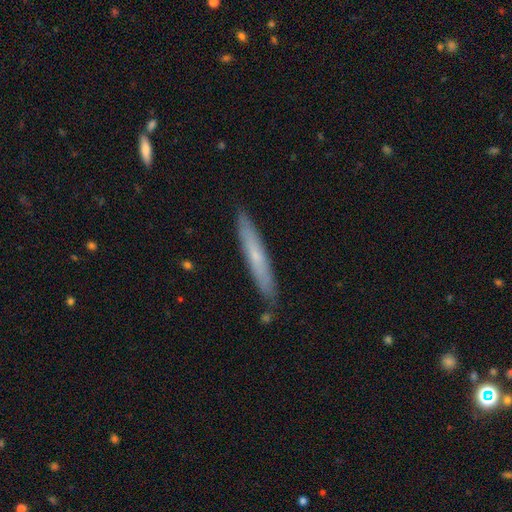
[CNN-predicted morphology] A smooth galaxy with no disk features (51%) that is cigar-shaped (94%).

Vote fractions:
- Smooth or featured? smooth: 51% / featured or disk: 43% / star or artifact: 6%
- How rounded? cigar-shaped: 94% / in between: 5% / round: 1%
- Merging? none: 86% / minor disturbance: 10% / merger: 2% / major disturbance: 2%